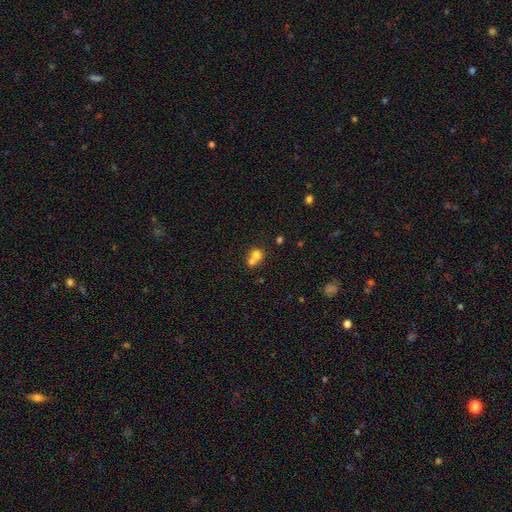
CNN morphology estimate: A smooth galaxy with no disk features (73%) that is round (78%).

Vote fractions:
- Smooth or featured? smooth: 73% / featured or disk: 15% / star or artifact: 12%
- How rounded? round: 78% / in between: 21% / cigar-shaped: 1%
- Merging? merger: 61% / none: 31% / minor disturbance: 5% / major disturbance: 3%